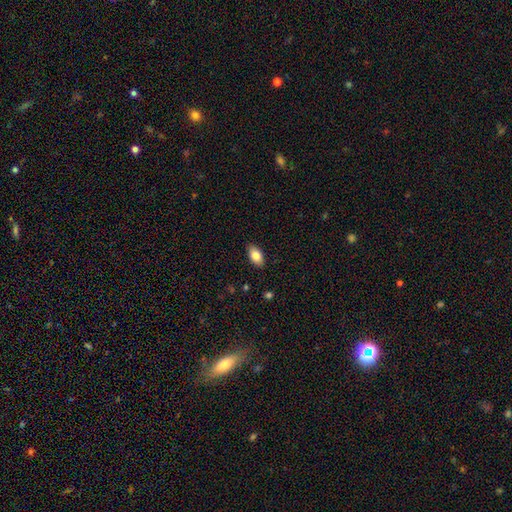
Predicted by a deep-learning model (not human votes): Smooth or featured: smooth — 82% (featured or disk — 11%)
How rounded: in between — 93% (round — 4%)
Merging: none — 88% (minor disturbance — 9%)